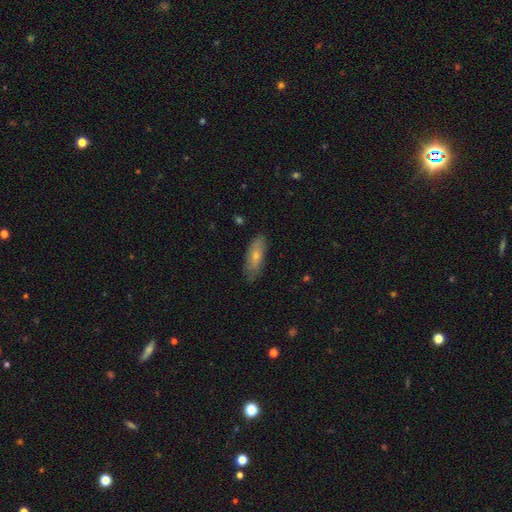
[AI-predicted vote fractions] A smooth galaxy with no disk features (70%) that is in between round and cigar-shaped (73%). Merging: none (75%).